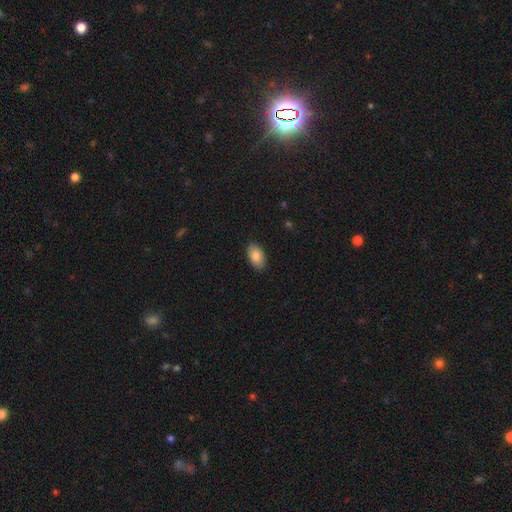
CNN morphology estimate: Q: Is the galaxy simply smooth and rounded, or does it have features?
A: smooth — 85%.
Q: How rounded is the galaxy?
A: in between — 94%.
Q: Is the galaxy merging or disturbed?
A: none — 88%.